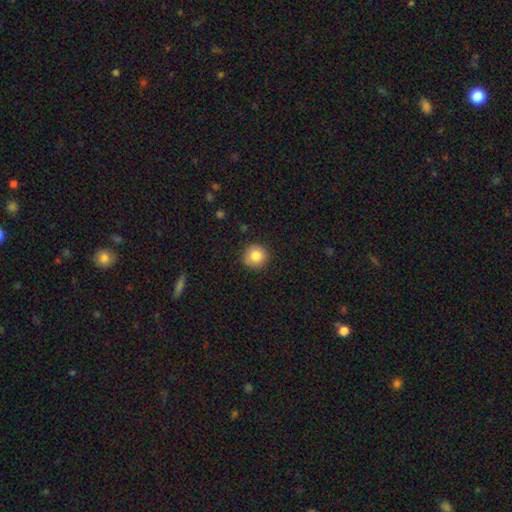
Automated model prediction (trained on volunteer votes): This appears to be a smooth galaxy with no disk features (85%) that is round (94%). Merging: none (87%).